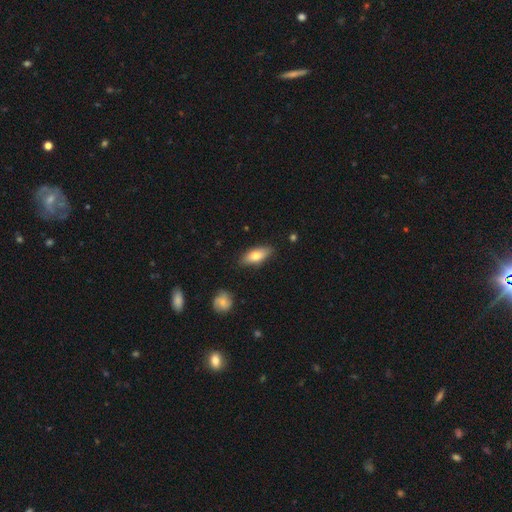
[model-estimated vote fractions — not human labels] A smooth galaxy with no disk features (72%) that is in between round and cigar-shaped (77%).

Vote fractions:
- Smooth or featured? smooth: 72% / featured or disk: 22% / star or artifact: 6%
- How rounded? in between: 77% / cigar-shaped: 20% / round: 3%
- Merging? none: 85% / minor disturbance: 11% / major disturbance: 2% / merger: 1%